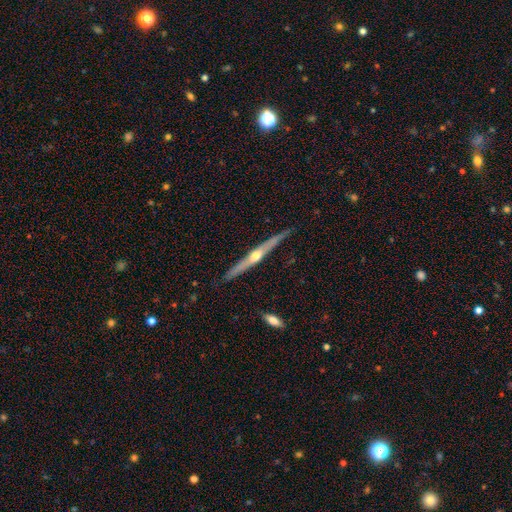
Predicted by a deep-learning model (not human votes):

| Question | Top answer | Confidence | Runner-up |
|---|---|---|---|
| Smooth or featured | featured or disk | 73% | smooth (21%) |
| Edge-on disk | yes | 97% | no (3%) |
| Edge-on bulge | rounded | 87% | none (11%) |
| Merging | none | 84% | minor disturbance (12%) |